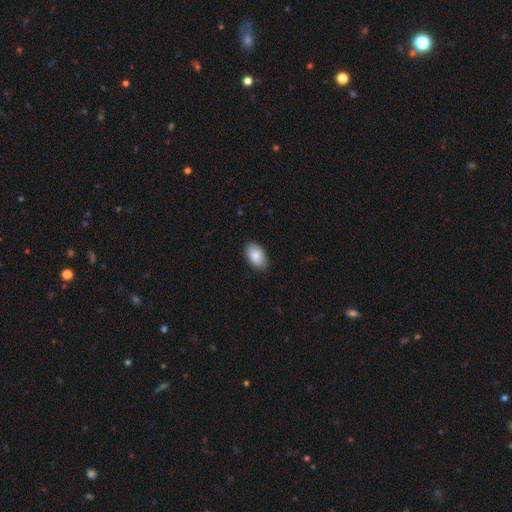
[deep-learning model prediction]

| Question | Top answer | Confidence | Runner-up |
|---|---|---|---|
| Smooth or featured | smooth | 86% | featured or disk (8%) |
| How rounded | in between | 94% | round (5%) |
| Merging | none | 84% | minor disturbance (13%) |